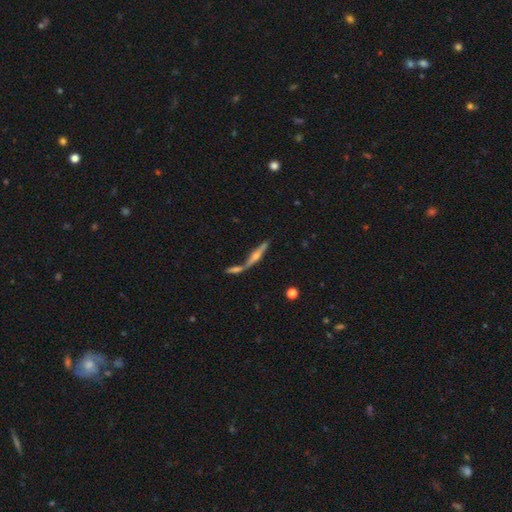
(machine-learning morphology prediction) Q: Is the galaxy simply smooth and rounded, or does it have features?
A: featured or disk — 70%.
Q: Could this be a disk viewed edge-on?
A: yes — 92%.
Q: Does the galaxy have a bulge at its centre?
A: rounded — 85%.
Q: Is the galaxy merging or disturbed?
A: none — 53%.